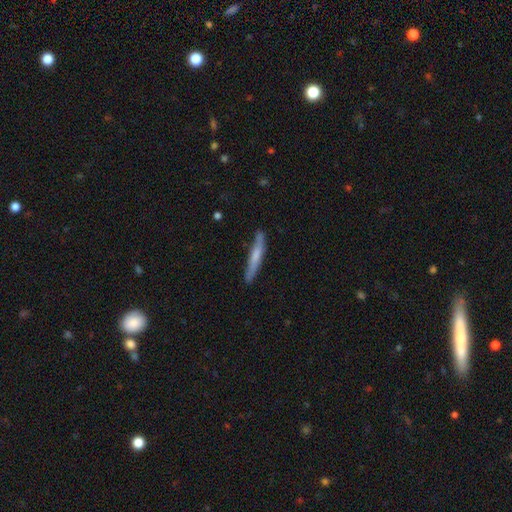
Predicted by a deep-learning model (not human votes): Q: Smooth or featured?
A: smooth (58%); runner-up: featured or disk (37%)
Q: How rounded?
A: cigar-shaped (95%); runner-up: in between (4%)
Q: Merging?
A: none (83%); runner-up: minor disturbance (13%)